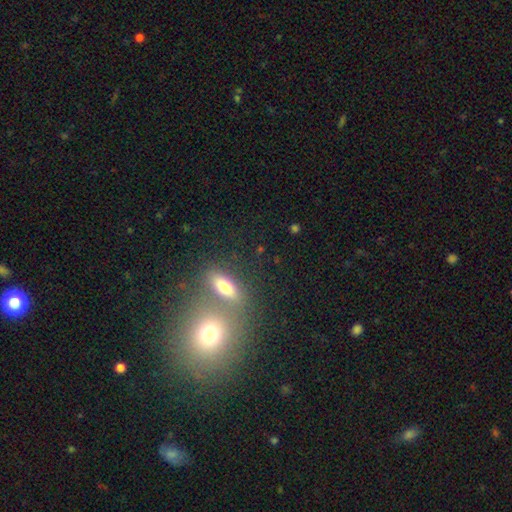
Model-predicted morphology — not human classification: Smooth or featured?
  - smooth: 55% *
  - featured or disk: 23%
  - star or artifact: 22%
How rounded?
  - in between: 51% *
  - round: 41%
  - cigar-shaped: 8%
Merging?
  - merger: 50% *
  - none: 39%
  - minor disturbance: 7%
  - major disturbance: 4%